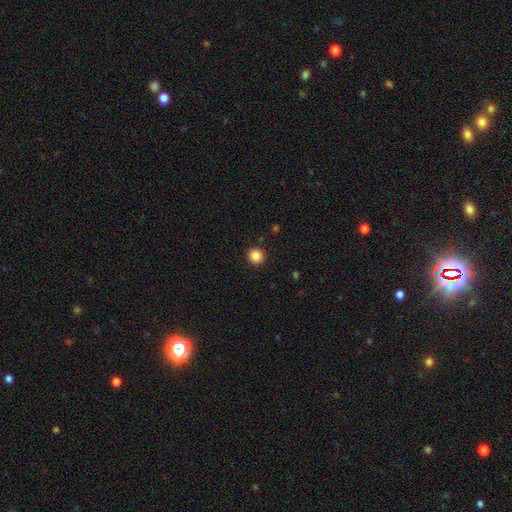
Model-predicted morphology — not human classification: Q: Smooth or featured?
A: smooth (87%); runner-up: star or artifact (10%)
Q: How rounded?
A: round (94%); runner-up: in between (5%)
Q: Merging?
A: none (92%); runner-up: minor disturbance (5%)